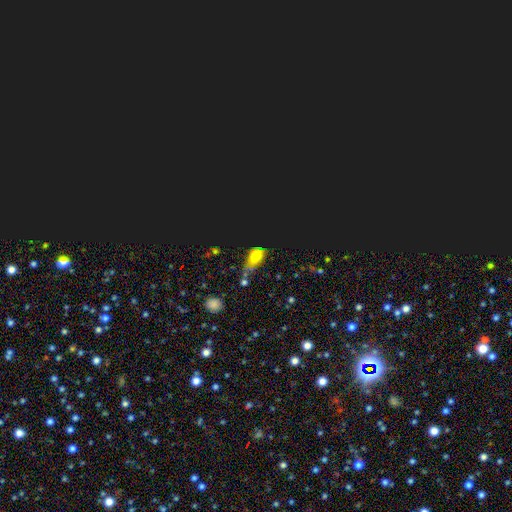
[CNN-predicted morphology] smooth-or-featured: smooth: 44% | star or artifact: 42% | featured or disk: 14%
  merging: none: 47% | minor disturbance: 25% | major disturbance: 15% | merger: 13%